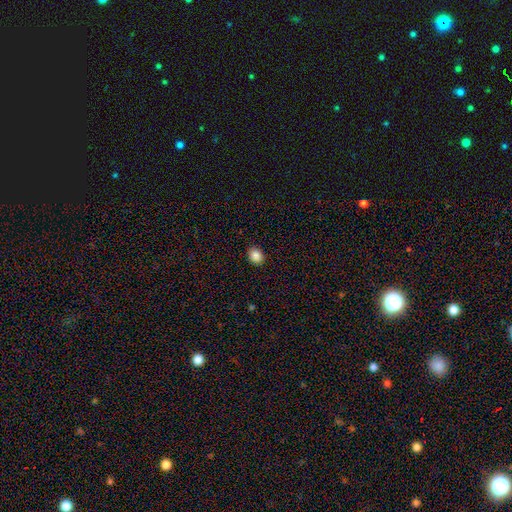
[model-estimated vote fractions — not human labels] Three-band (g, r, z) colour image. It shows a smooth galaxy with no disk features (87%) that is round (55%). Merging: none (91%).